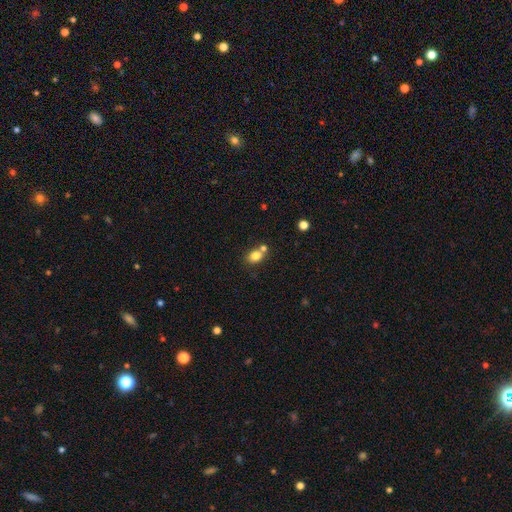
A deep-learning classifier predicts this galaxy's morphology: The model was most divided on "merging": none: 54%, merger: 30%, minor disturbance: 12%, major disturbance: 4%. More confident: smooth or featured — smooth (80%); how rounded — in between (65%).